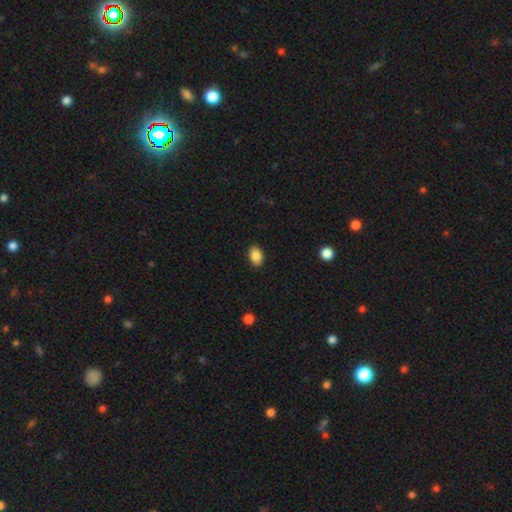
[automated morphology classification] smooth-or-featured: smooth: 87% | star or artifact: 8% | featured or disk: 4%
  how-rounded: in between: 82% | round: 17% | cigar-shaped: 1%
  merging: none: 89% | minor disturbance: 8% | major disturbance: 2% | merger: 1%